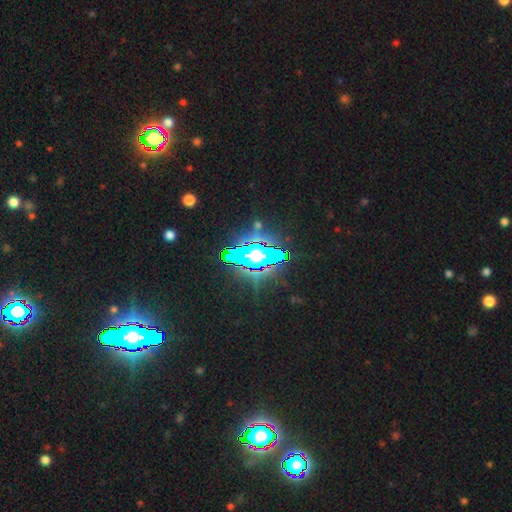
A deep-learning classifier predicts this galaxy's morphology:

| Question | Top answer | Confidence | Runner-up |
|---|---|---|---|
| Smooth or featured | star or artifact | 60% | smooth (21%) |